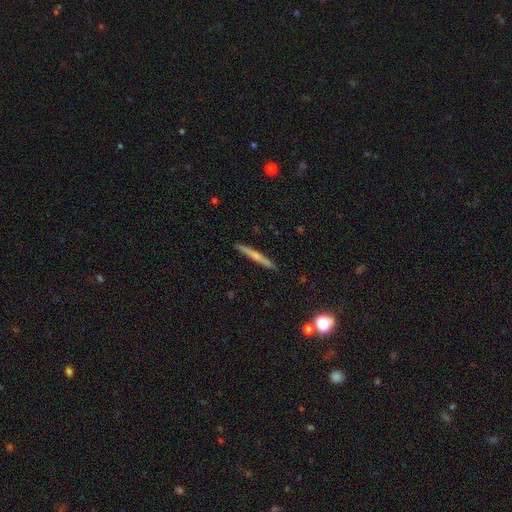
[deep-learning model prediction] smooth-or-featured: smooth: 53% | featured or disk: 41% | star or artifact: 6%
  how-rounded: cigar-shaped: 96% | in between: 3% | round: 2%
  merging: none: 91% | minor disturbance: 7% | major disturbance: 1% | merger: 1%